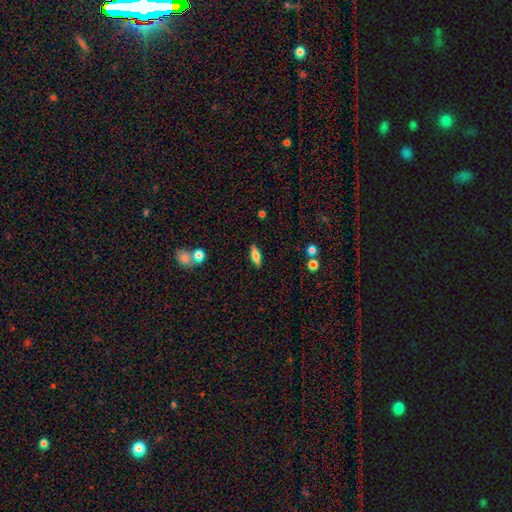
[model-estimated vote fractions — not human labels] Overall: smooth (62%; featured or disk 30%). How rounded: in between (63%; cigar-shaped 33%). Merging: none (87%).